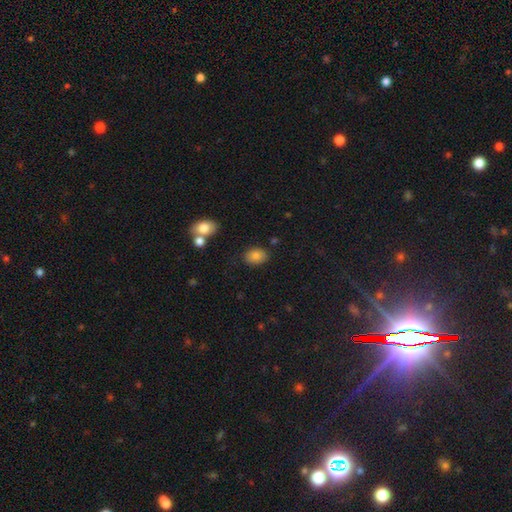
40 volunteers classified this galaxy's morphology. Smooth or featured? smooth (85%)
How rounded? in between (85%)
Merging? none (72%)